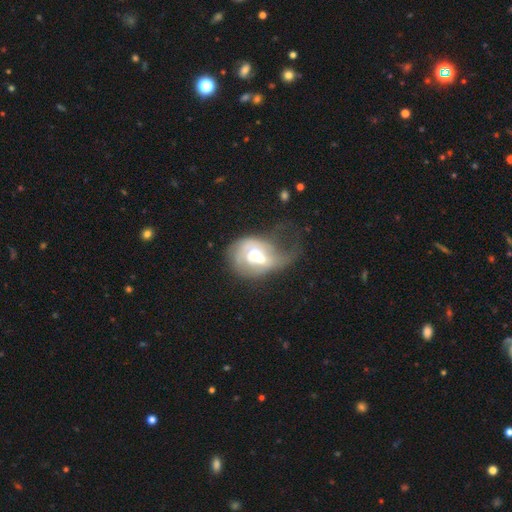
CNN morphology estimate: featured or disk 61%, smooth 31%, star or artifact 8%. Down the decision tree: edge-on disk — no (96%); bar — no (64%); spiral arms — yes (51%); bulge size — moderate (49%); merging — major disturbance (44%).